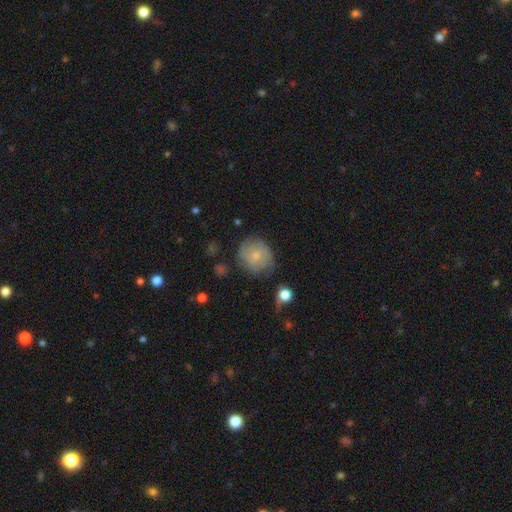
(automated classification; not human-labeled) A smooth galaxy with no disk features (53%) that is round (83%). Merging: none (62%).